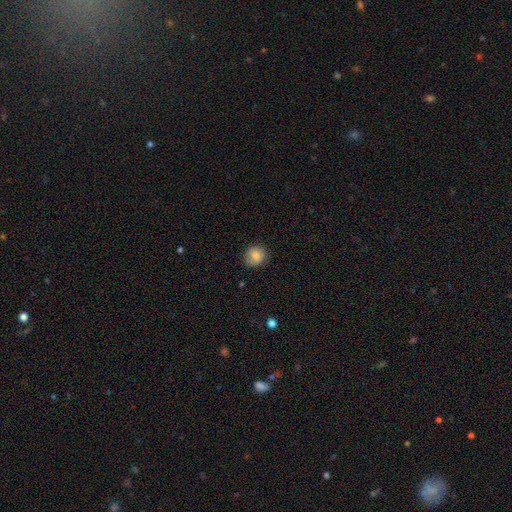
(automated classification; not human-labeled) Smooth or featured: smooth — 82% (featured or disk — 9%)
How rounded: round — 77% (in between — 22%)
Merging: none — 79% (minor disturbance — 16%)